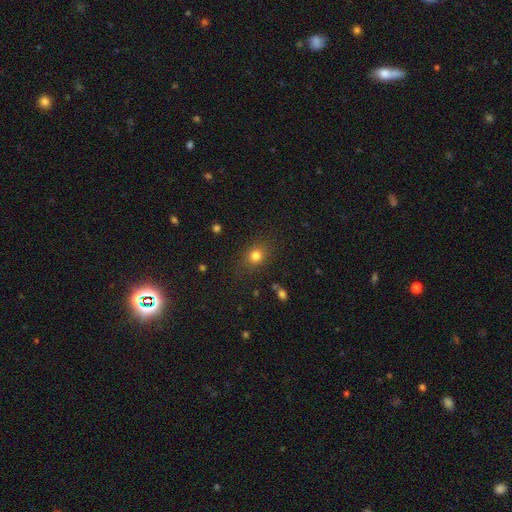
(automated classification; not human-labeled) Smooth or featured? smooth (79%)
How rounded? round (62%)
Merging? none (83%)